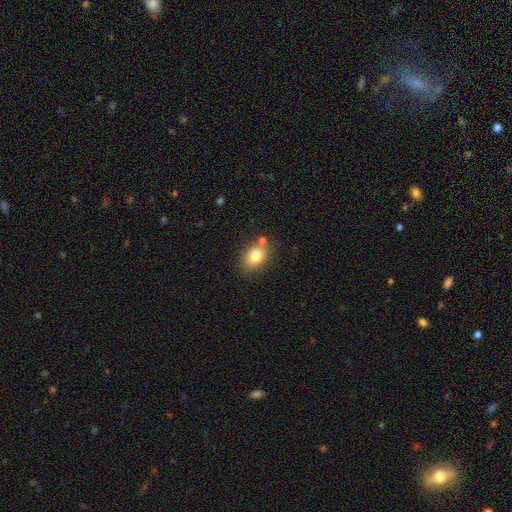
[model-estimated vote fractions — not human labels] smooth 79%, featured or disk 11%, star or artifact 10%. Down the decision tree: how rounded — in between (70%); merging — none (70%).